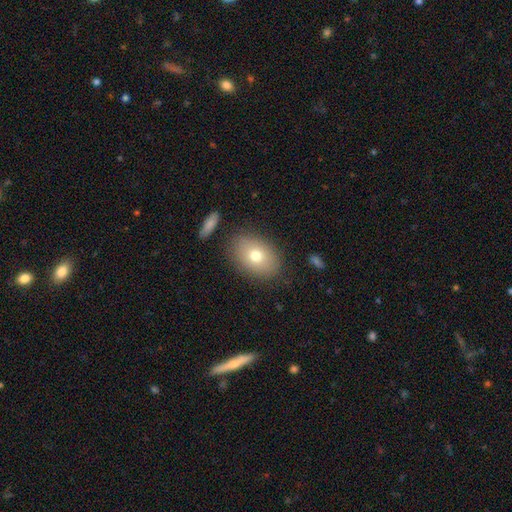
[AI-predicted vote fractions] Morphology: type=smooth (73%); roundness=in between (77%); merging=none (83%).